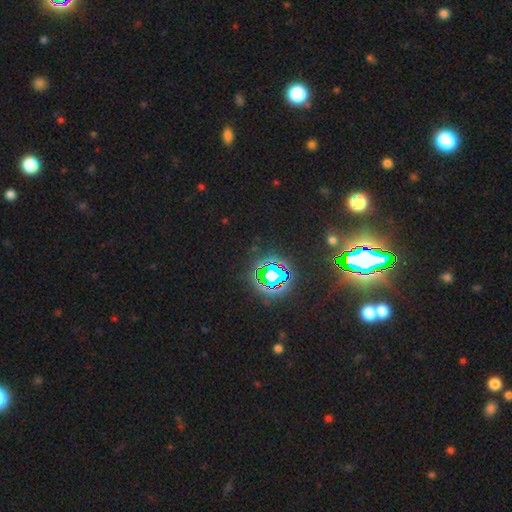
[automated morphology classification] This is clearly a star or artifact rather than a galaxy (82%).